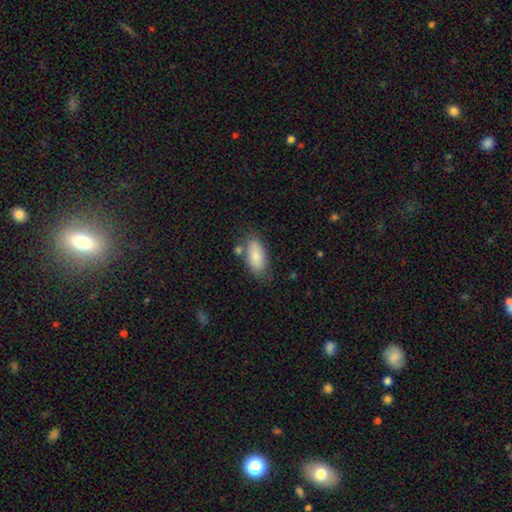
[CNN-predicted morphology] Overall: smooth (81%). How rounded: in between (91%). Merging: none (68%).